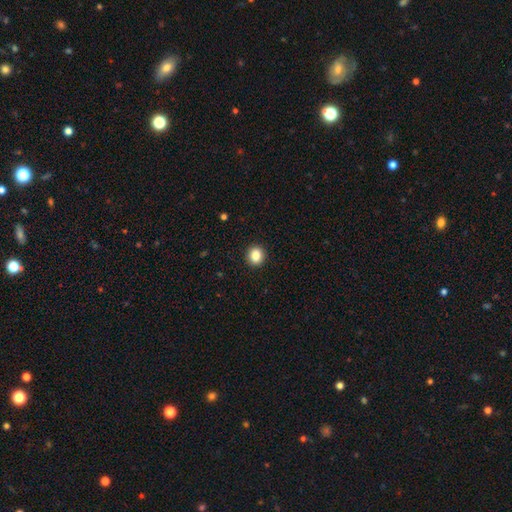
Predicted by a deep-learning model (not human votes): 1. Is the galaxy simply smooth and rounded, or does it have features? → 86% smooth, 10% star or artifact, 5% featured or disk.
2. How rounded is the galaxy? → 77% round, 22% in between, 1% cigar-shaped.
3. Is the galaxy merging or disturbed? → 92% none, 5% minor disturbance, 2% major disturbance, 1% merger.